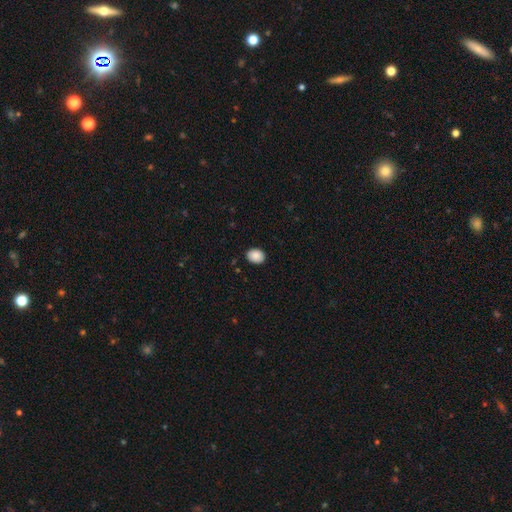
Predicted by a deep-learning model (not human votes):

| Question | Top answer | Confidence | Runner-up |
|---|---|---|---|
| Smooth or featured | smooth | 89% | star or artifact (8%) |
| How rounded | in between | 56% | round (44%) |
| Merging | none | 88% | minor disturbance (9%) |